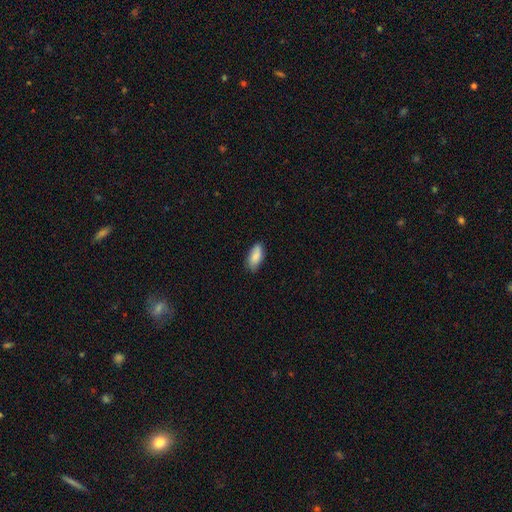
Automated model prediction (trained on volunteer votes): This is clearly a smooth galaxy (84%). How rounded: clearly in between (89%). Merging: likely none (77%).